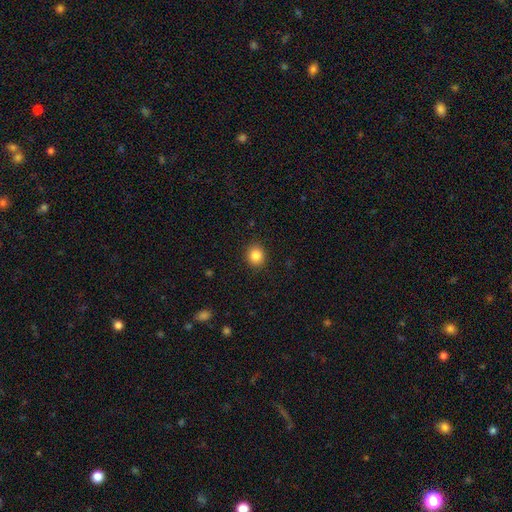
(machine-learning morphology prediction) This is clearly a smooth galaxy (85%). How rounded: clearly round (81%). Merging: clearly none (91%).